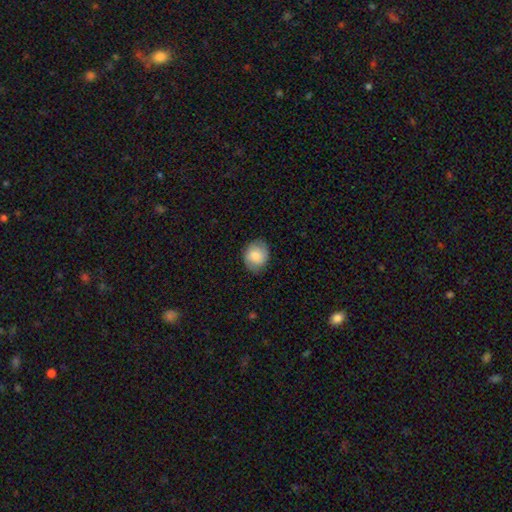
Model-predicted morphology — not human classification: The model was most divided on "how rounded": round: 62%, in between: 37%, cigar-shaped: 1%. More confident: smooth or featured — smooth (81%); merging — none (80%).